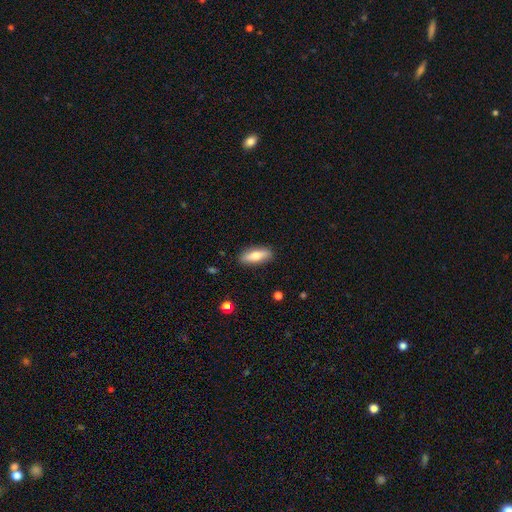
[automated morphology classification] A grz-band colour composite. It shows a smooth galaxy with no disk features (63%) that is in between round and cigar-shaped (62%). Merging: none (88%).